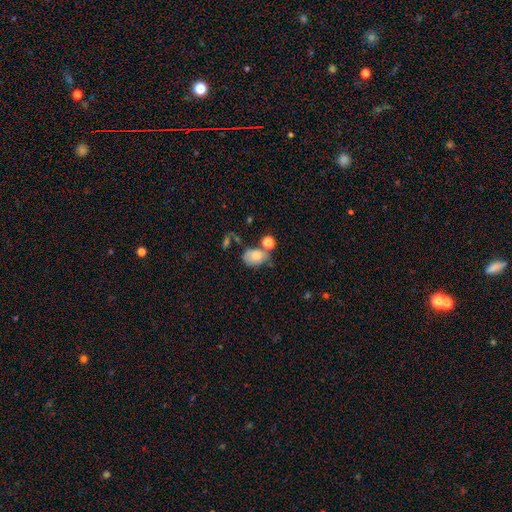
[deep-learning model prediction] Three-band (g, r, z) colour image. It shows a smooth galaxy with no disk features (75%) that is in between round and cigar-shaped (76%). Merging: none (36%).